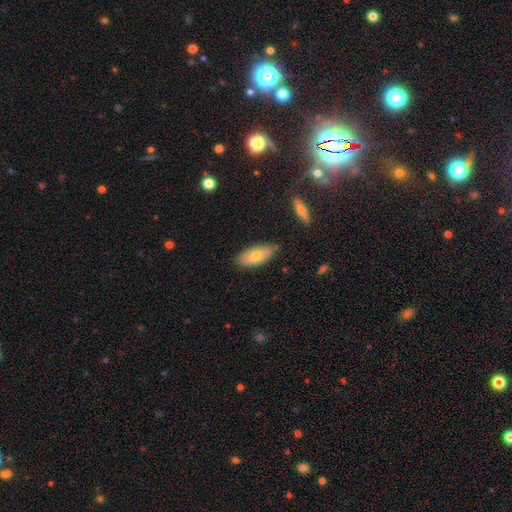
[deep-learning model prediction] Smooth or featured? smooth (72%)
How rounded? in between (88%)
Merging? none (81%)